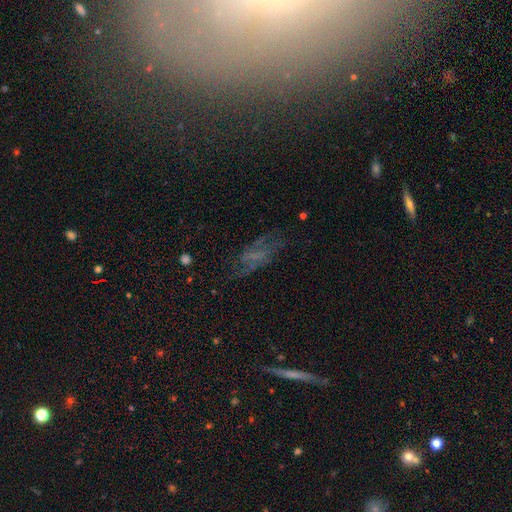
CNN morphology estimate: Smooth or featured?
  - featured or disk: 51% *
  - smooth: 28%
  - star or artifact: 21%
Edge-on disk?
  - no: 88% *
  - yes: 12%
Merging?
  - none: 57% *
  - minor disturbance: 21%
  - major disturbance: 19%
  - merger: 3%